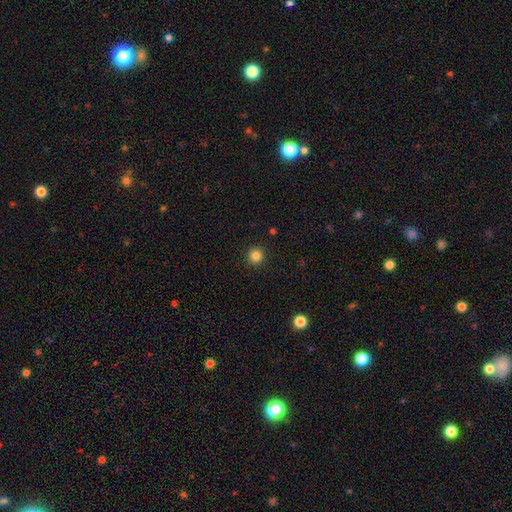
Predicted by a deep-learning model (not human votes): smooth-or-featured: smooth: 84% | star or artifact: 12% | featured or disk: 4%
  how-rounded: round: 95% | in between: 4% | cigar-shaped: 1%
  merging: none: 93% | minor disturbance: 5% | major disturbance: 2% | merger: 1%